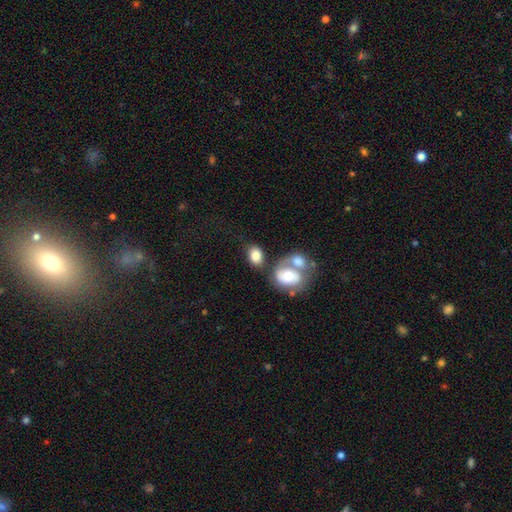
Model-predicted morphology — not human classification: Smooth or featured? Predicted: smooth (p=0.78). How rounded? Predicted: in between (p=0.76). Merging? Predicted: none (p=0.46).